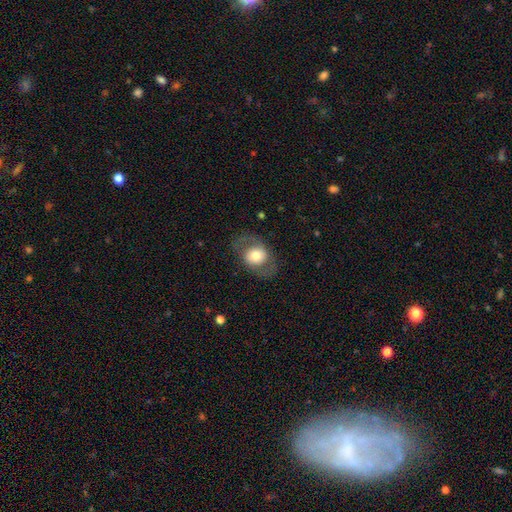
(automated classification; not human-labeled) The model was most divided on "how rounded": in between: 54%, round: 44%, cigar-shaped: 1%. More confident: merging — none (77%); smooth or featured — smooth (55%).